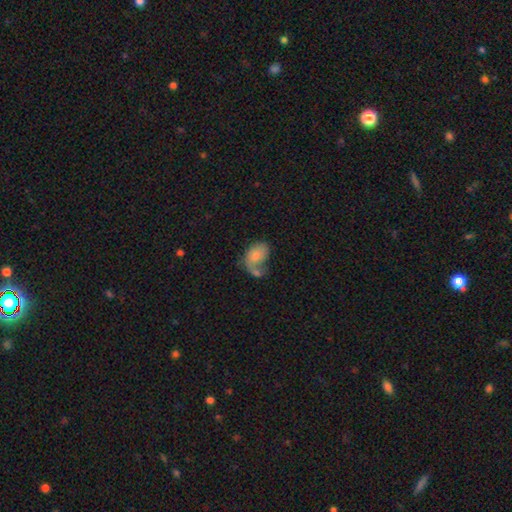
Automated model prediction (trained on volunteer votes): Smooth or featured? smooth (66%)
How rounded? in between (83%)
Merging? merger (36%)